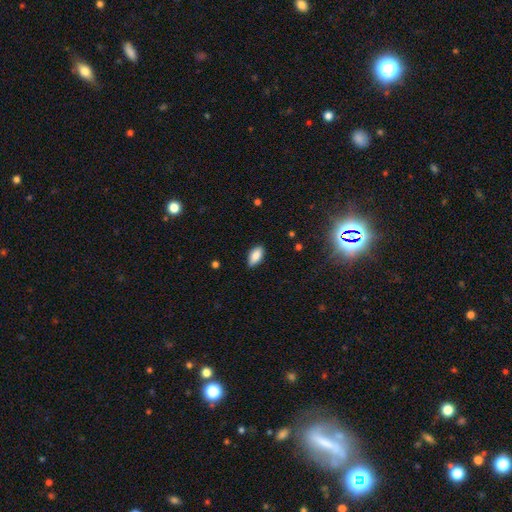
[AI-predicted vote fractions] Smooth or featured? smooth (84%)
How rounded? in between (89%)
Merging? none (85%)